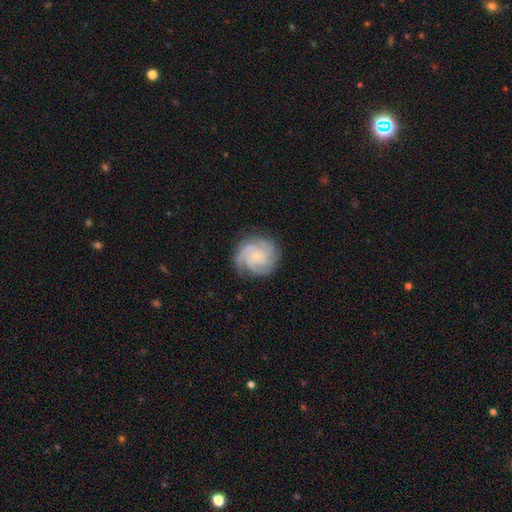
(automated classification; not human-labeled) A featured or disk galaxy (82%) with no bar (74%), 3 (39%) tight (68%) spiral arms (97%) and a small central bulge (72%).

Vote fractions:
- Smooth or featured? featured or disk: 82% / smooth: 12% / star or artifact: 6%
- Edge-on disk? no: 98% / yes: 2%
- Bar? no: 74% / weak: 23% / strong: 3%
- Spiral arms? yes: 97% / no: 3%
- Spiral winding? tight: 68% / medium: 27% / loose: 5%
- Spiral arm count? 3: 39% / 4: 20% / can't tell: 17% / 2: 11% / more than 4: 6% / 1: 6%
- Bulge size? small: 72% / moderate: 17% / none: 8% / large: 1% / dominant: 1%
- Merging? none: 79% / minor disturbance: 15% / major disturbance: 5% / merger: 1%